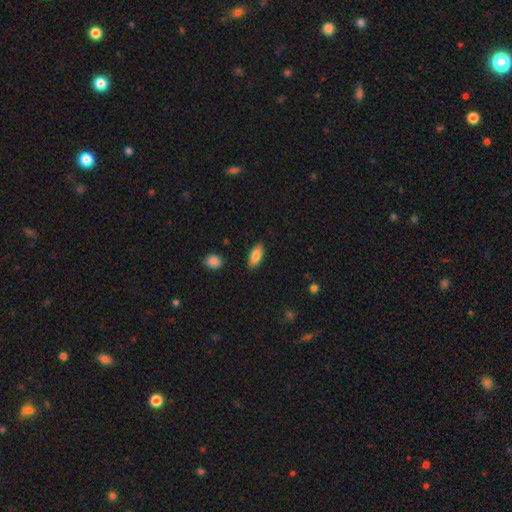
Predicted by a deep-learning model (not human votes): This appears to be a smooth galaxy with no disk features (83%) that is in between round and cigar-shaped (85%). Merging: none (87%).